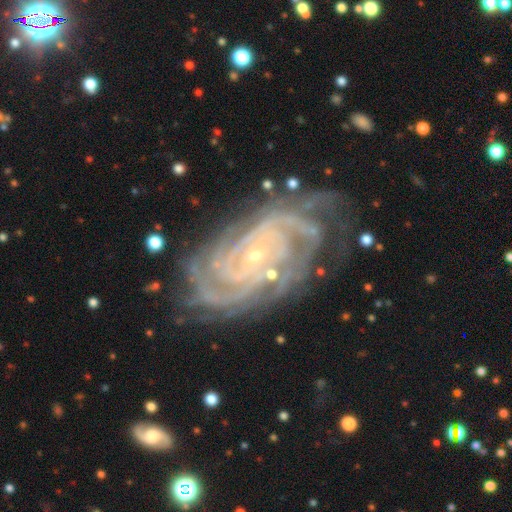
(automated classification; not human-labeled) Q: Smooth or featured?
A: featured or disk (91%); runner-up: star or artifact (5%)
Q: Edge-on disk?
A: no (96%); runner-up: yes (4%)
Q: Bar?
A: no (67%); runner-up: weak (22%)
Q: Spiral arms?
A: yes (98%); runner-up: no (2%)
Q: Spiral winding?
A: tight (79%); runner-up: medium (18%)
Q: Spiral arm count?
A: 4 (28%); runner-up: 3 (18%)
Q: Bulge size?
A: small (84%); runner-up: moderate (12%)
Q: Merging?
A: none (74%); runner-up: minor disturbance (17%)